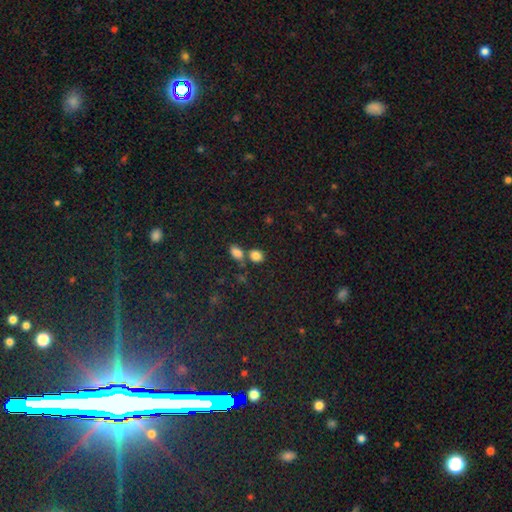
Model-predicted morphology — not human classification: smooth 82%, star or artifact 12%, featured or disk 6%. Down the decision tree: how rounded — round (54%); merging — none (57%).